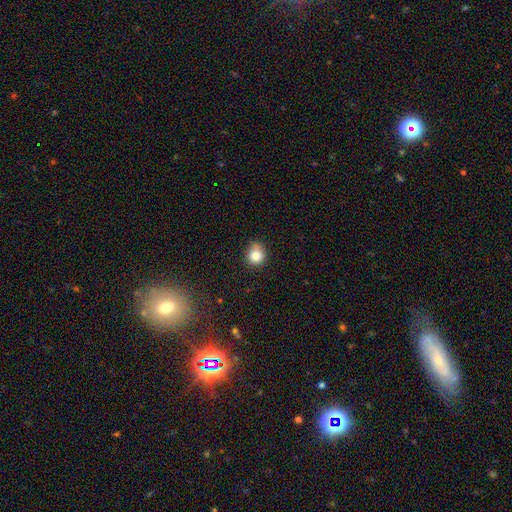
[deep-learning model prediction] A smooth galaxy with no disk features (82%) that is round (78%).

Vote fractions:
- Smooth or featured? smooth: 82% / star or artifact: 11% / featured or disk: 7%
- How rounded? round: 78% / in between: 21% / cigar-shaped: 1%
- Merging? none: 61% / minor disturbance: 30% / major disturbance: 7% / merger: 3%